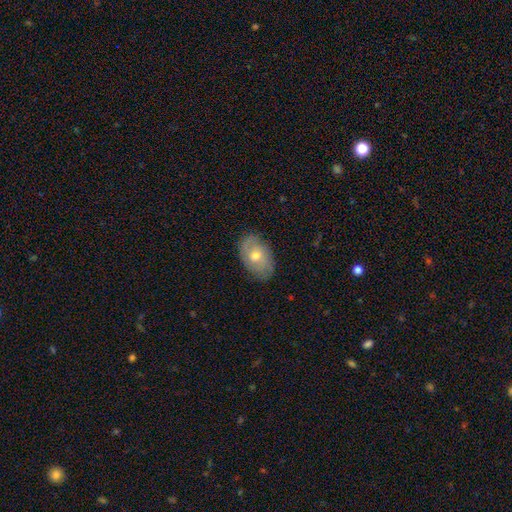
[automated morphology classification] A featured or disk galaxy (48%). Merging: none (80%).